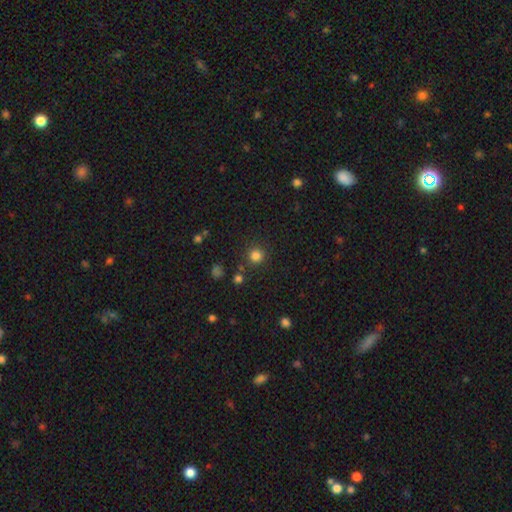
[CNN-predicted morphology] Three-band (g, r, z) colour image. It shows a smooth galaxy with no disk features (81%) that is round (94%). Merging: none (86%).